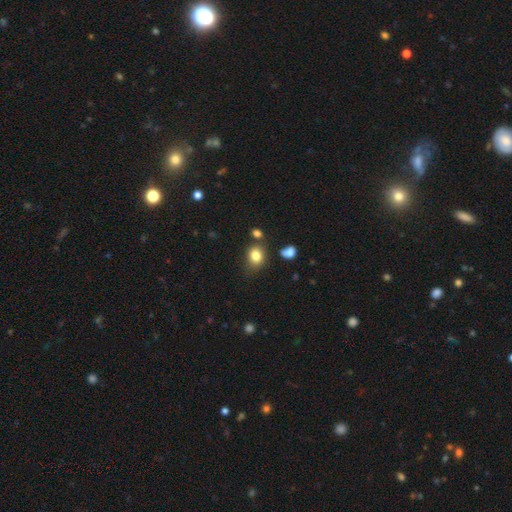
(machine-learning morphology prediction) smooth-or-featured: smooth: 82% | star or artifact: 11% | featured or disk: 7%
  how-rounded: round: 54% | in between: 45% | cigar-shaped: 1%
  merging: none: 69% | minor disturbance: 19% | merger: 7% | major disturbance: 5%